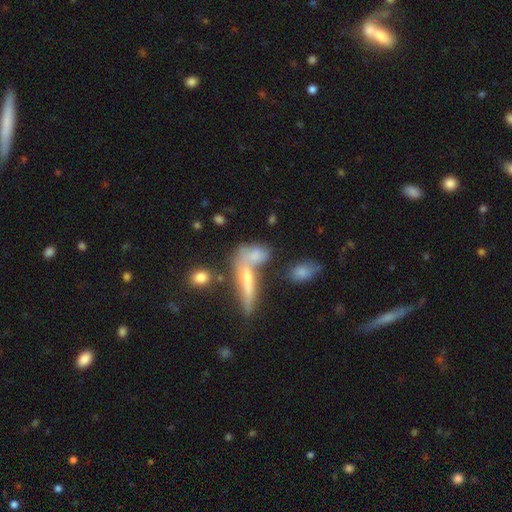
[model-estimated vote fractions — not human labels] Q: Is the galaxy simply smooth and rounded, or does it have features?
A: smooth — 59%.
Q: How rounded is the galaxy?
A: in between — 59%.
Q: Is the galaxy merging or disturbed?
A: merger — 46%.